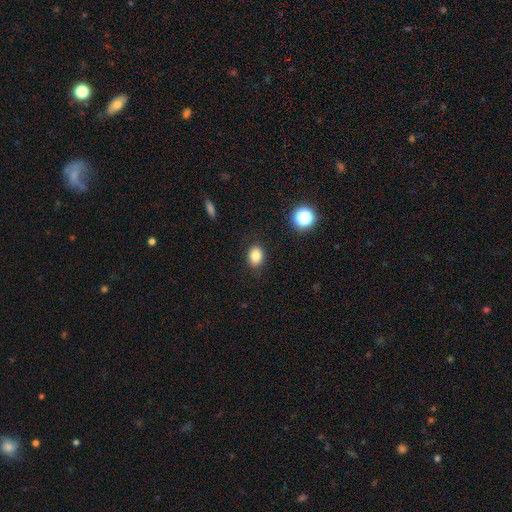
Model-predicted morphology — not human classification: Smooth or featured: smooth — 82% (star or artifact — 11%)
How rounded: in between — 64% (round — 35%)
Merging: none — 84% (minor disturbance — 11%)